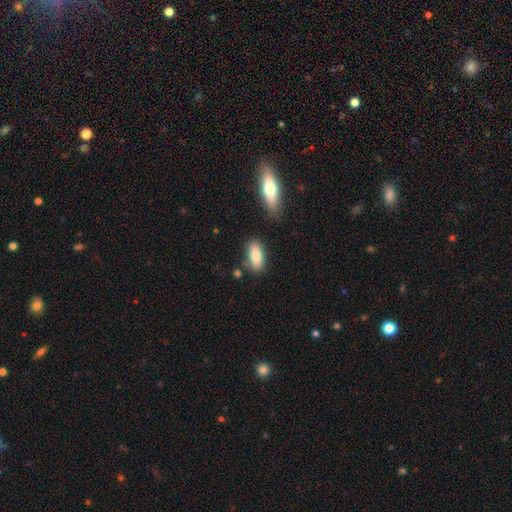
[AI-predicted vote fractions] A smooth galaxy with no disk features (83%) that is in between round and cigar-shaped (85%). Merging: none (78%).